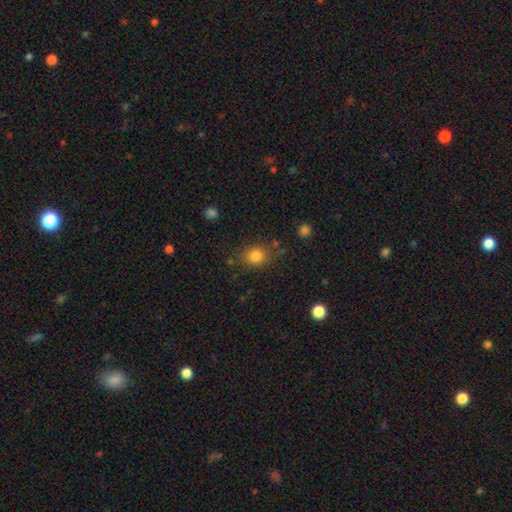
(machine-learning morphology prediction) Smooth or featured?
  - smooth: 82% *
  - star or artifact: 12%
  - featured or disk: 6%
How rounded?
  - round: 62% *
  - in between: 37%
  - cigar-shaped: 1%
Merging?
  - none: 78% *
  - minor disturbance: 13%
  - major disturbance: 4%
  - merger: 4%